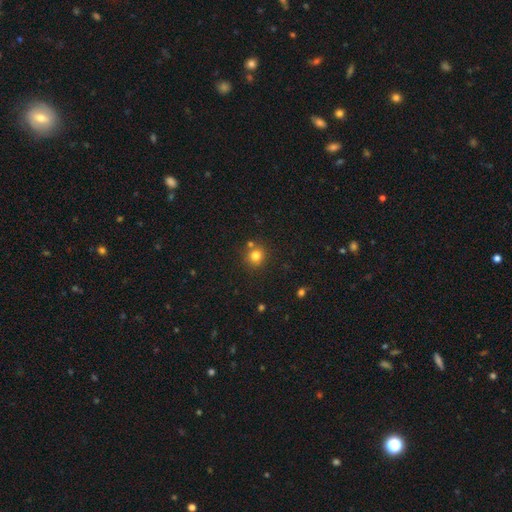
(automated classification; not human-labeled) smooth 79%, star or artifact 14%, featured or disk 7%. Down the decision tree: how rounded — round (90%); merging — none (77%).